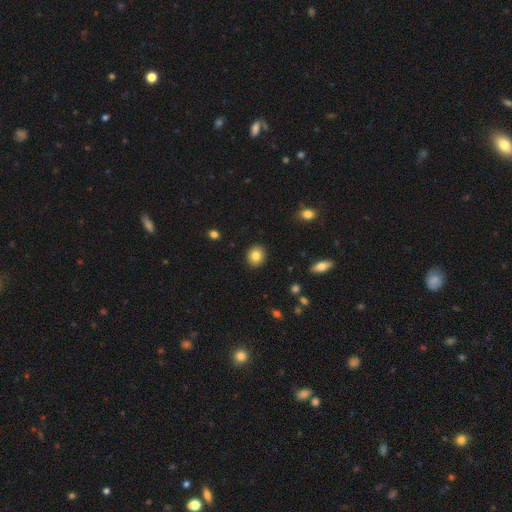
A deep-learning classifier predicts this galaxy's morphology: This appears to be a smooth galaxy with no disk features (83%) that is round (76%). Merging: none (91%).